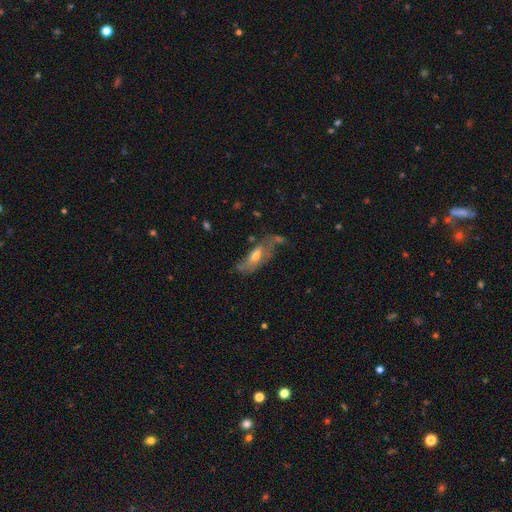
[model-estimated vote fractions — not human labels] smooth_or_featured: smooth (p=0.47) [alt: featured or disk p=0.46]
merging: none (p=0.38) [alt: minor disturbance p=0.28]